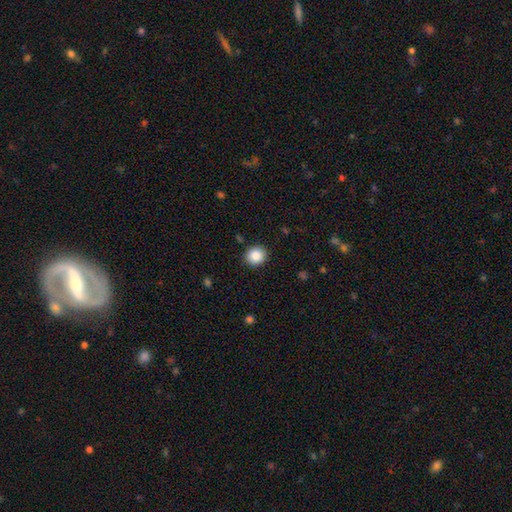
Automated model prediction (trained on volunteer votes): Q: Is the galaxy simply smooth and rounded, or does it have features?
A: smooth — 87%.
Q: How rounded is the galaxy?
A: round — 79%.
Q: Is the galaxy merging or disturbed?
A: none — 90%.